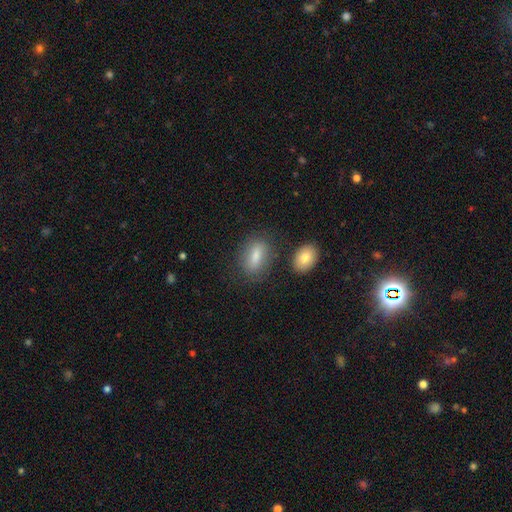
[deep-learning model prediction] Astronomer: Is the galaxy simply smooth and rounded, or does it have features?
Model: smooth — 76%.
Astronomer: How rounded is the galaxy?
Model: in between — 81%.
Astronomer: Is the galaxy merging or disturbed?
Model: none — 77%.